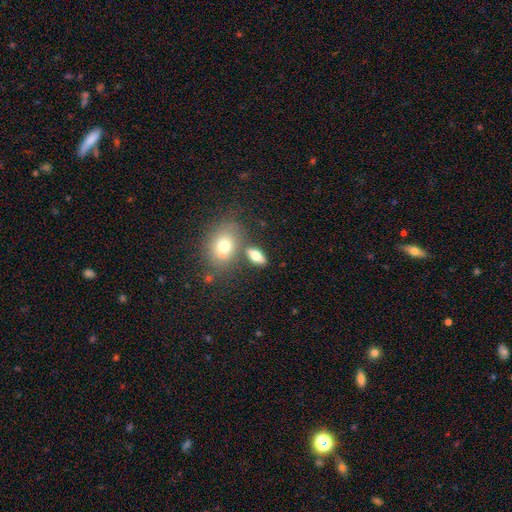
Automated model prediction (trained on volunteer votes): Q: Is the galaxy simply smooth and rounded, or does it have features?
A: smooth — 69%.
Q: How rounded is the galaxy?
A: in between — 78%.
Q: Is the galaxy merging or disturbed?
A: none — 70%.